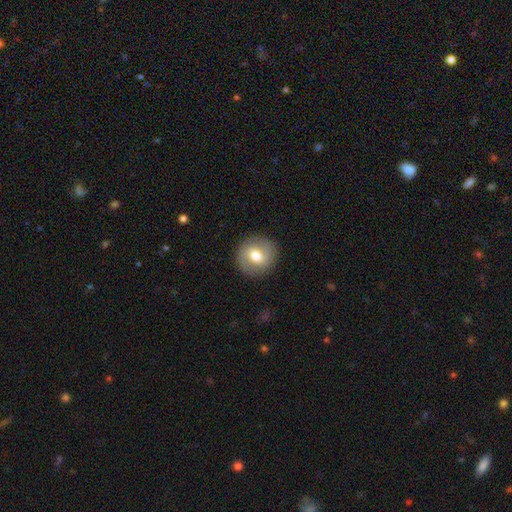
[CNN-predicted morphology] Smooth or featured?
  - smooth: 66% *
  - featured or disk: 26%
  - star or artifact: 8%
How rounded?
  - round: 89% *
  - in between: 9%
  - cigar-shaped: 1%
Merging?
  - none: 89% *
  - minor disturbance: 7%
  - major disturbance: 3%
  - merger: 1%